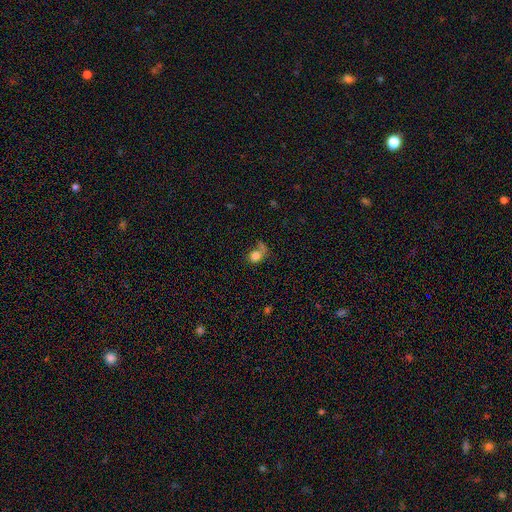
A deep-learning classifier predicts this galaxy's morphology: smooth_or_featured: smooth (p=0.74) [alt: featured or disk p=0.15]
how_rounded: round (p=0.67) [alt: in between p=0.32]
merging: none (p=0.37) [alt: major disturbance p=0.27]